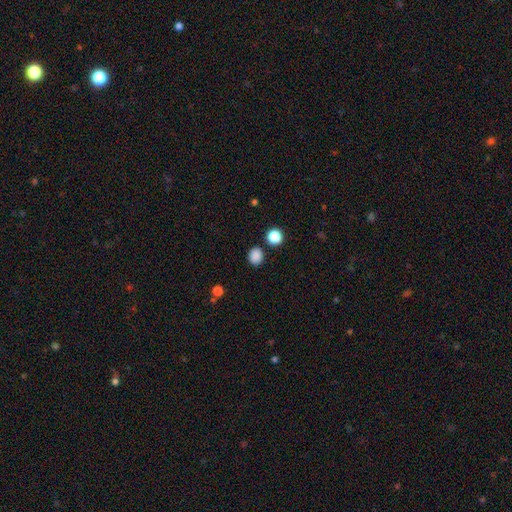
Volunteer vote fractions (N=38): This appears to be a smooth galaxy with no disk features (95%) that is round (75%). Merging: none (78%).